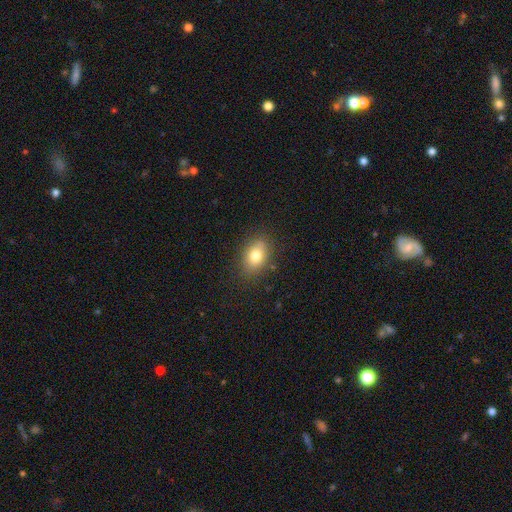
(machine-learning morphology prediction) Smooth or featured?
  - smooth: 78% *
  - featured or disk: 12%
  - star or artifact: 10%
How rounded?
  - in between: 78% *
  - round: 20%
  - cigar-shaped: 2%
Merging?
  - none: 82% *
  - minor disturbance: 13%
  - major disturbance: 3%
  - merger: 2%